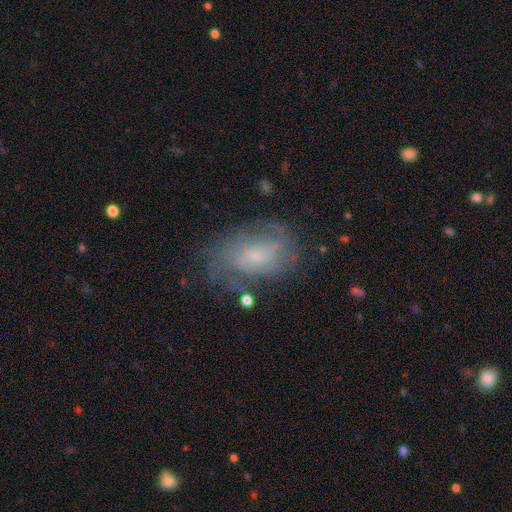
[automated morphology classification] smooth-or-featured: featured or disk: 69% | smooth: 21% | star or artifact: 9%
  disk-edge-on: no: 96% | yes: 4%
    bar: no: 47% | weak: 45% | strong: 9%
    has-spiral-arms: yes: 83% | no: 17%
      spiral-winding: medium: 41% | tight: 38% | loose: 21%
      spiral-arm-count: can't tell: 39% | 2: 37% | 3: 10% | 1: 5% | 4: 4% | more than 4: 3%
    bulge-size: small: 57% | moderate: 25% | none: 14% | large: 3% | dominant: 1%
  merging: none: 63% | minor disturbance: 21% | major disturbance: 13% | merger: 3%